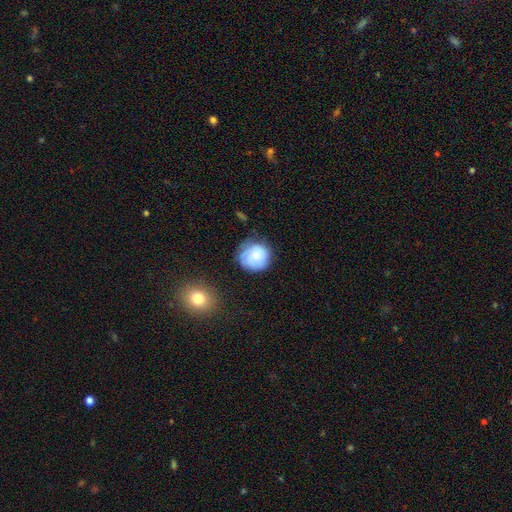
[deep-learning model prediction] Smooth or featured? smooth (66%)
How rounded? round (89%)
Merging? none (65%)